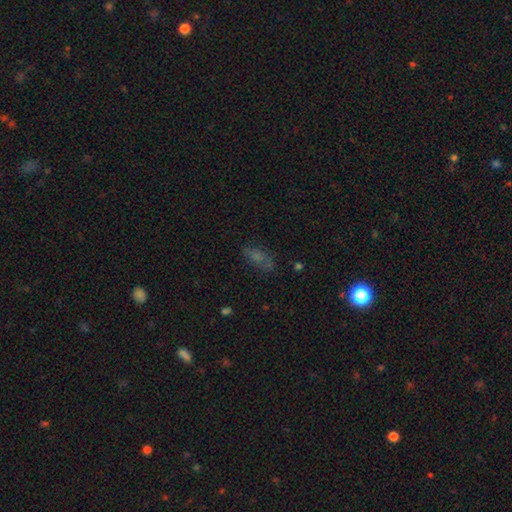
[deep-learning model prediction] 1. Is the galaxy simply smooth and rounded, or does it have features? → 56% smooth, 25% star or artifact, 20% featured or disk.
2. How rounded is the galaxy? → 77% in between, 15% cigar-shaped, 8% round.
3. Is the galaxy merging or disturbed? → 63% none, 21% minor disturbance, 11% major disturbance, 5% merger.